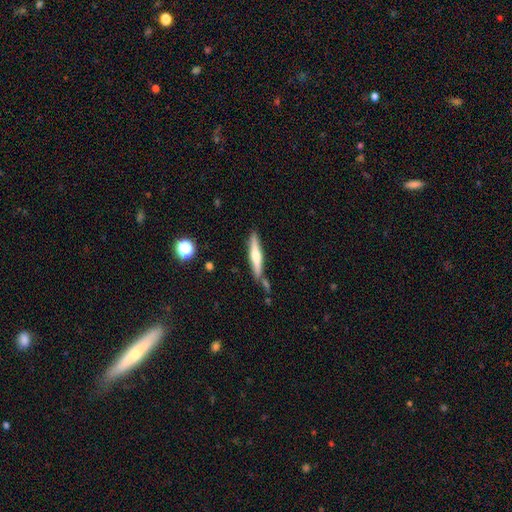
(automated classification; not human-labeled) Smooth or featured: featured or disk — 52% (smooth — 42%)
Edge-on disk: yes — 95% (no — 5%)
Merging: none — 76% (minor disturbance — 13%)